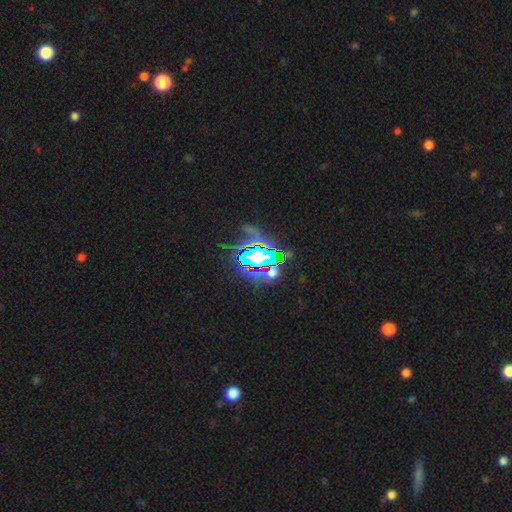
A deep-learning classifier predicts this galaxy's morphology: type=star or artifact (65%).